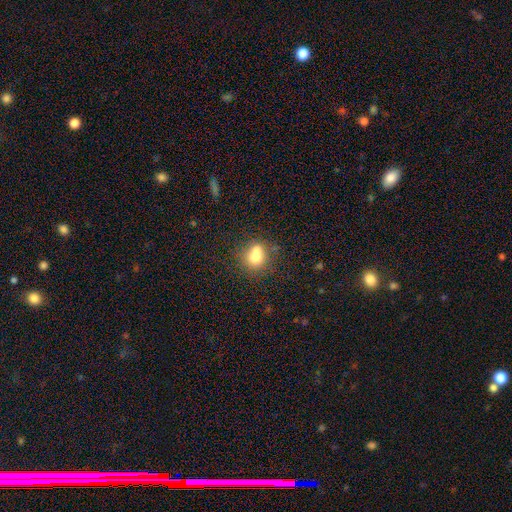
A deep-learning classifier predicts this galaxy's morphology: Smooth or featured: smooth — 72% (featured or disk — 16%)
How rounded: round — 65% (in between — 34%)
Merging: none — 43% (merger — 36%)